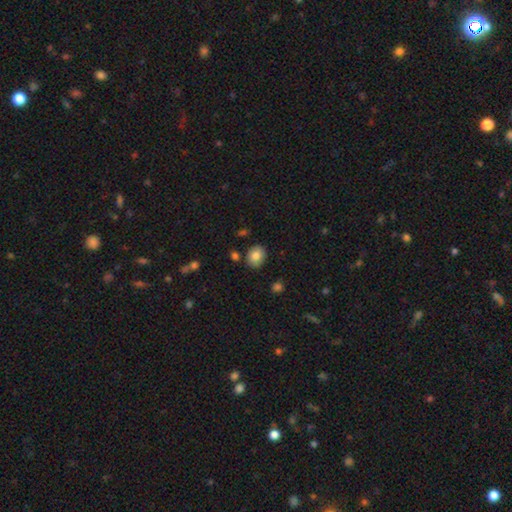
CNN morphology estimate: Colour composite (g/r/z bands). It shows a smooth galaxy with no disk features (83%) that is round (57%). Merging: none (84%).